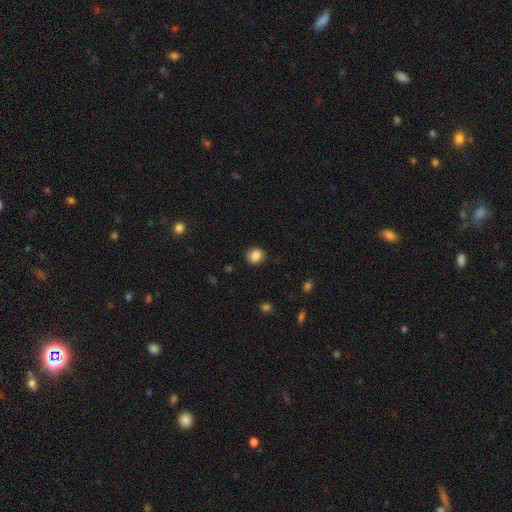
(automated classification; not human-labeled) The model was most divided on "how rounded": round: 74%, in between: 25%, cigar-shaped: 1%. More confident: smooth or featured — smooth (85%); merging — none (84%).